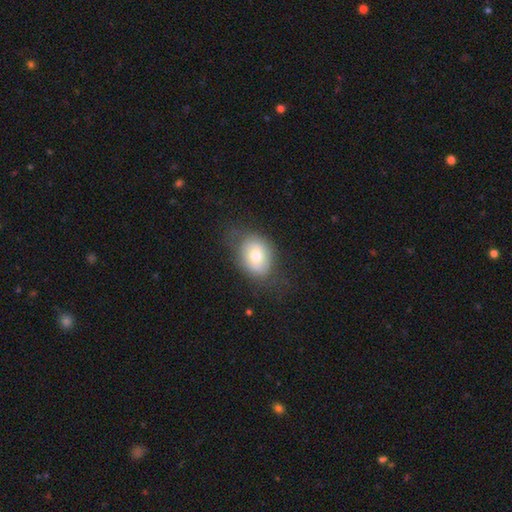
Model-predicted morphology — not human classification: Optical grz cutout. It shows a smooth galaxy with no disk features (68%) that is in between round and cigar-shaped (63%). Merging: none (64%).